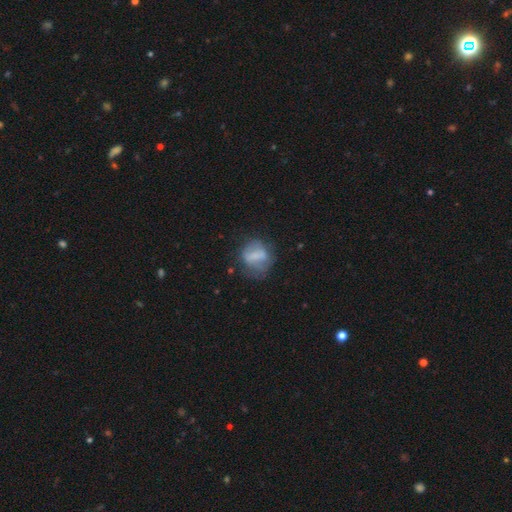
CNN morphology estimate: This is possibly a smooth galaxy (55%). How rounded: possibly round (57%). Merging: possibly none (50%).